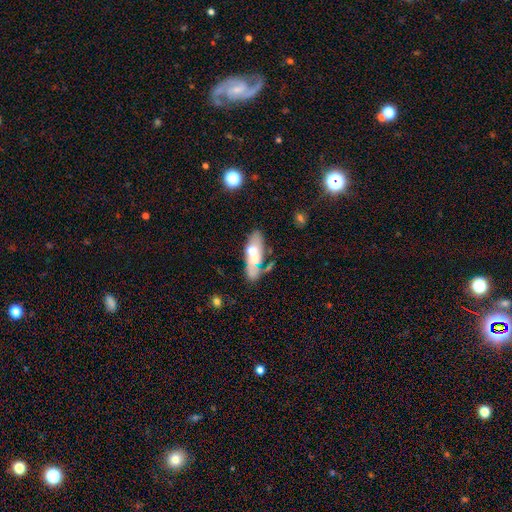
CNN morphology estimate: smooth_or_featured: smooth (p=0.51) [alt: featured or disk p=0.42]
how_rounded: in between (p=0.61) [alt: cigar-shaped p=0.35]
merging: none (p=0.51) [alt: minor disturbance p=0.21]